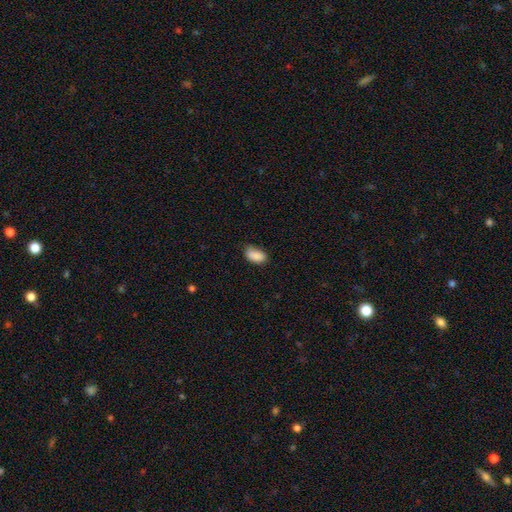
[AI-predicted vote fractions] smooth_or_featured: smooth (p=0.88) [alt: star or artifact p=0.07]
how_rounded: in between (p=0.93) [alt: round p=0.05]
merging: none (p=0.69) [alt: minor disturbance p=0.26]